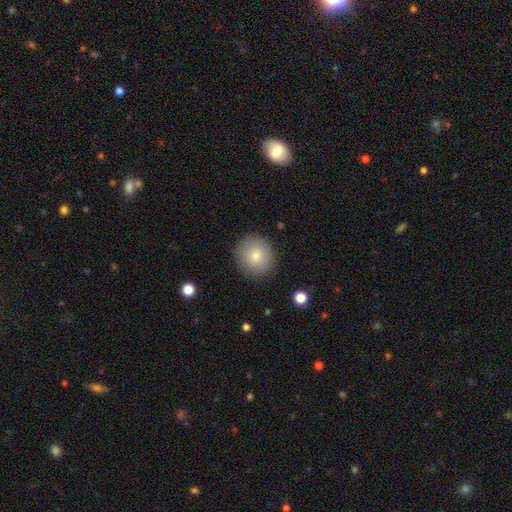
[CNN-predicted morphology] smooth-or-featured: smooth: 78% | featured or disk: 12% | star or artifact: 10%
  how-rounded: round: 91% | in between: 8% | cigar-shaped: 1%
  merging: none: 89% | minor disturbance: 8% | major disturbance: 2% | merger: 1%